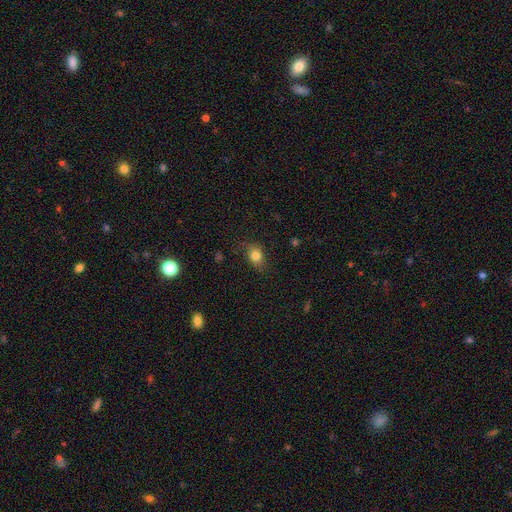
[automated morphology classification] Smooth or featured? smooth (81%)
How rounded? in between (61%)
Merging? none (78%)